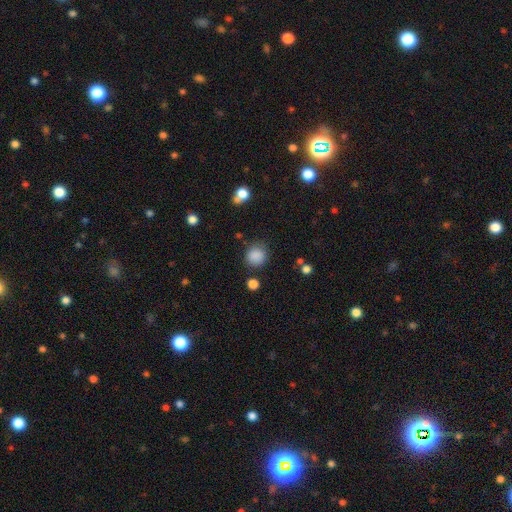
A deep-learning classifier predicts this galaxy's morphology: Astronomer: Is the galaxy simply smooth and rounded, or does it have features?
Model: smooth — 86%.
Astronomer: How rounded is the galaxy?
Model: round — 86%.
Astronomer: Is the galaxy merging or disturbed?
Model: none — 81%.